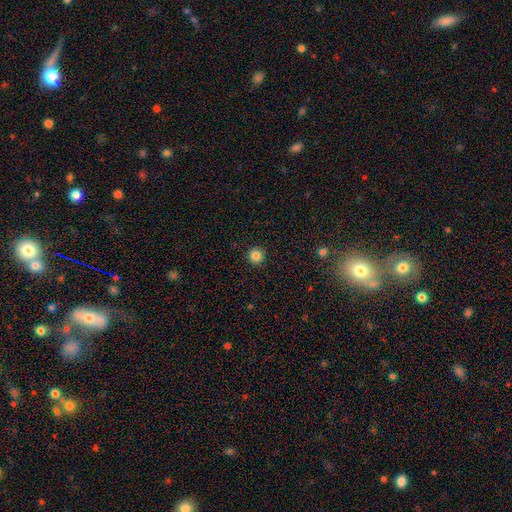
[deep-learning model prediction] Smooth or featured? Predicted: smooth (p=0.84). How rounded? Predicted: round (p=0.96). Merging? Predicted: none (p=0.93).